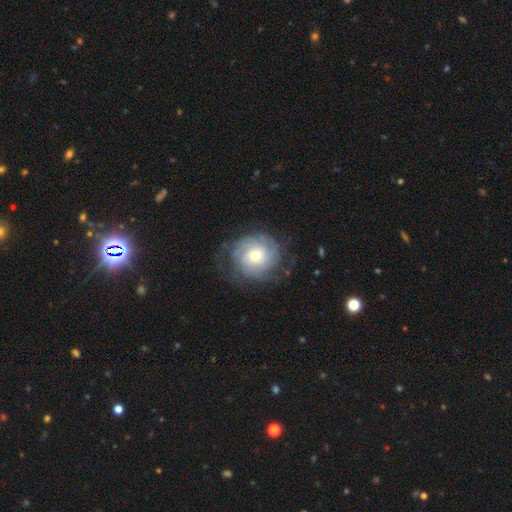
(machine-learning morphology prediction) Smooth or featured? featured or disk (75%)
Edge-on disk? no (97%)
Bar? no (77%)
Spiral arms? yes (92%)
Spiral winding? tight (73%)
Spiral arm count? can't tell (47%)
Bulge size? moderate (55%)
Merging? none (73%)